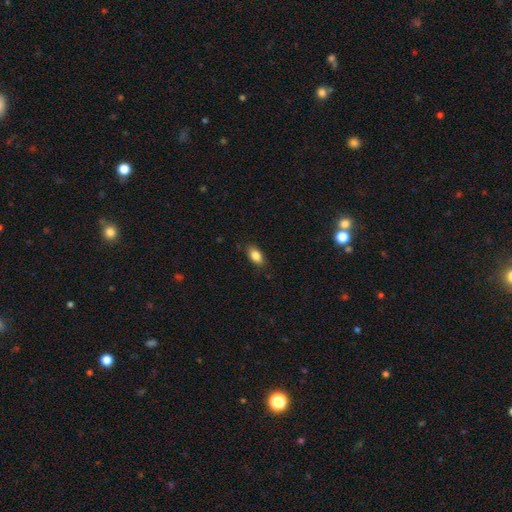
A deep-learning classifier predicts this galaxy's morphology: smooth 86%, star or artifact 8%, featured or disk 7%. Down the decision tree: how rounded — in between (90%); merging — none (85%).